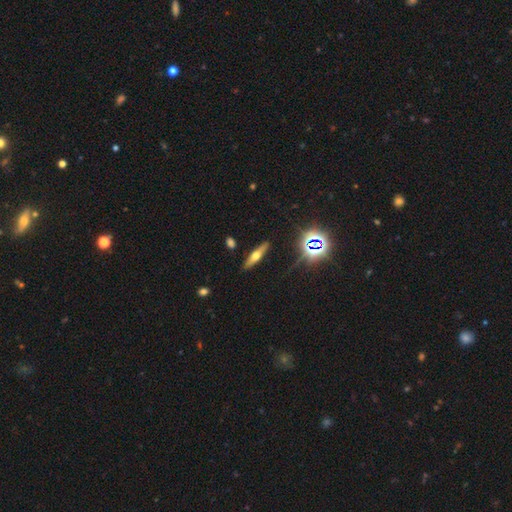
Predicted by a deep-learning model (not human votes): smooth-or-featured: featured or disk: 49% | smooth: 36% | star or artifact: 14%
  merging: none: 87% | minor disturbance: 9% | major disturbance: 2% | merger: 2%